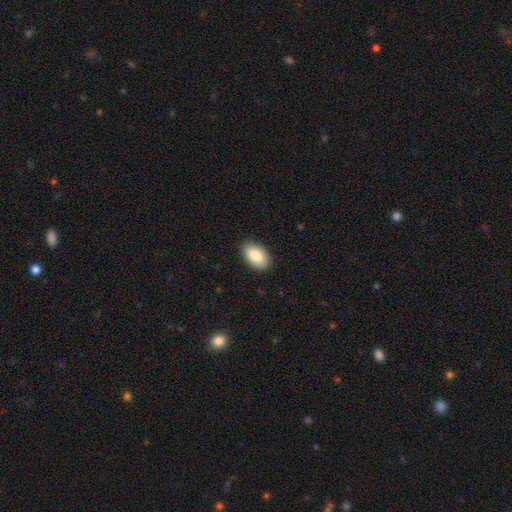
smooth 92%, star or artifact 5%, featured or disk 3%. Down the decision tree: how rounded — in between (97%); merging — none (91%).